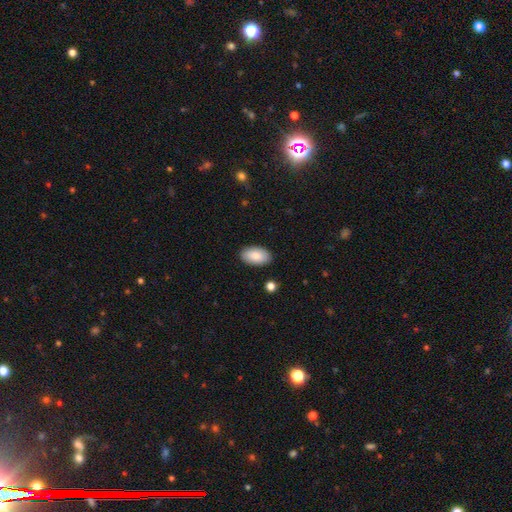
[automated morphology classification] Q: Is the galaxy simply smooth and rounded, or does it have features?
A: smooth — 86%.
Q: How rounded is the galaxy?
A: in between — 95%.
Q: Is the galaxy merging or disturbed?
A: none — 89%.